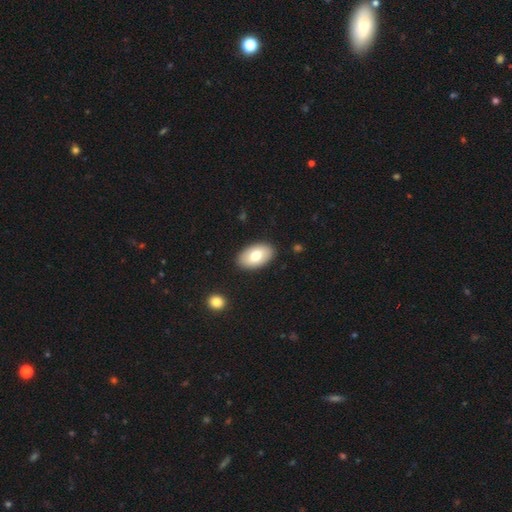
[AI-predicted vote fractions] A smooth galaxy with no disk features (74%) that is in between round and cigar-shaped (94%).

Vote fractions:
- Smooth or featured? smooth: 74% / featured or disk: 20% / star or artifact: 6%
- How rounded? in between: 94% / round: 4% / cigar-shaped: 1%
- Merging? none: 89% / minor disturbance: 8% / major disturbance: 2% / merger: 1%